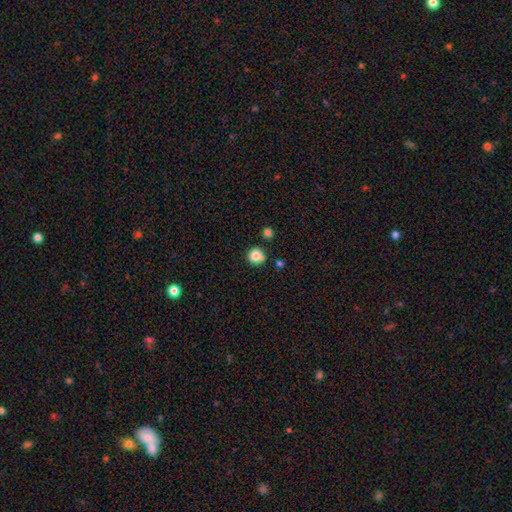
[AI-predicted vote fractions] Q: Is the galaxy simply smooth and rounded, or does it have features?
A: smooth — 84%.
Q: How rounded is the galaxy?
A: round — 94%.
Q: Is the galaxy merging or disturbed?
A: none — 81%.